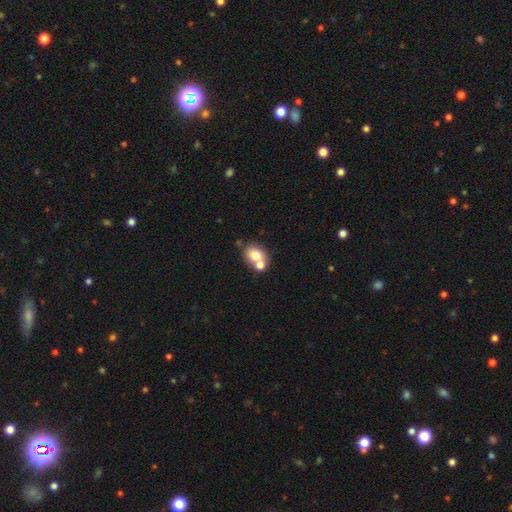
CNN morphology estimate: Smooth or featured? Predicted: smooth (p=0.74). How rounded? Predicted: in between (p=0.52). Merging? Predicted: merger (p=0.48).